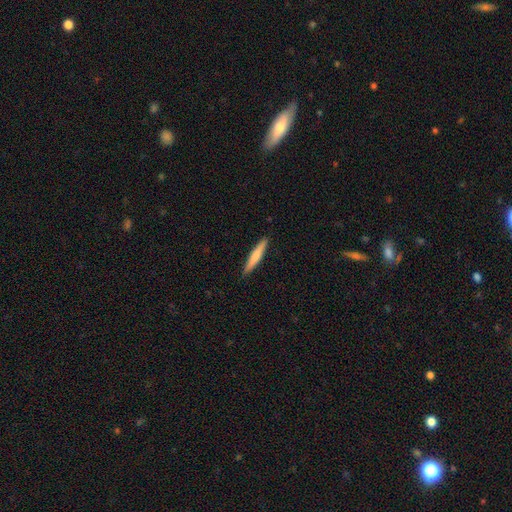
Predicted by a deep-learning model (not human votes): Overall: smooth (66%; featured or disk 28%). How rounded: cigar-shaped (93%). Merging: none (91%).